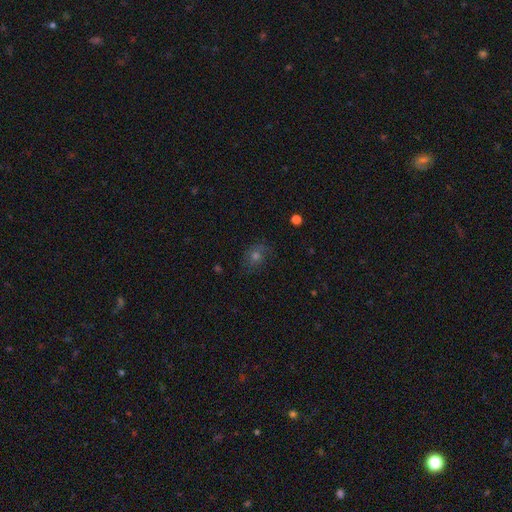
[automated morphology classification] This is possibly a smooth galaxy (49%). Merging: likely none (78%).